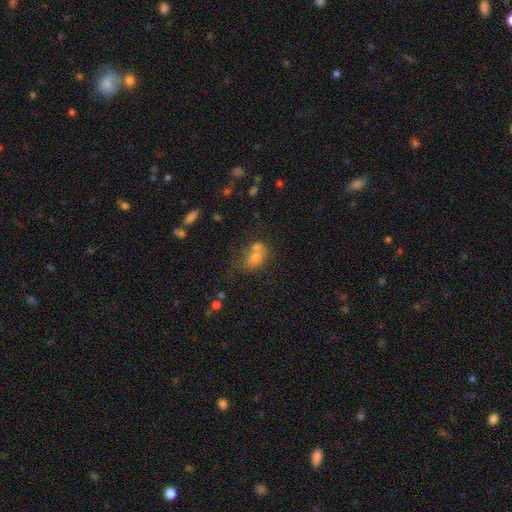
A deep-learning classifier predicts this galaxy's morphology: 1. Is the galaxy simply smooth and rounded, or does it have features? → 69% smooth, 18% featured or disk, 13% star or artifact.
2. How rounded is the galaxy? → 69% in between, 28% round, 2% cigar-shaped.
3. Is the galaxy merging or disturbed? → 48% merger, 29% none, 14% minor disturbance, 9% major disturbance.